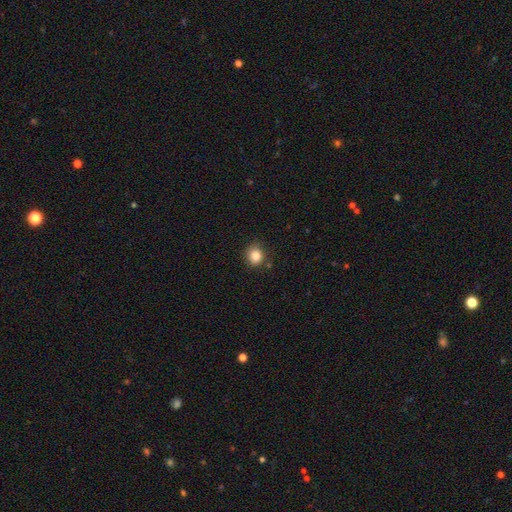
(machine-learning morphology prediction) type=smooth (84%); roundness=round (81%); merging=none (84%).